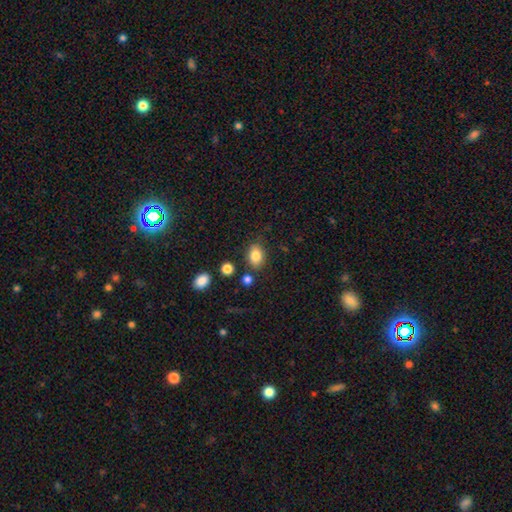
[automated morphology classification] A smooth galaxy with no disk features (83%) that is in between round and cigar-shaped (75%). Merging: none (78%).